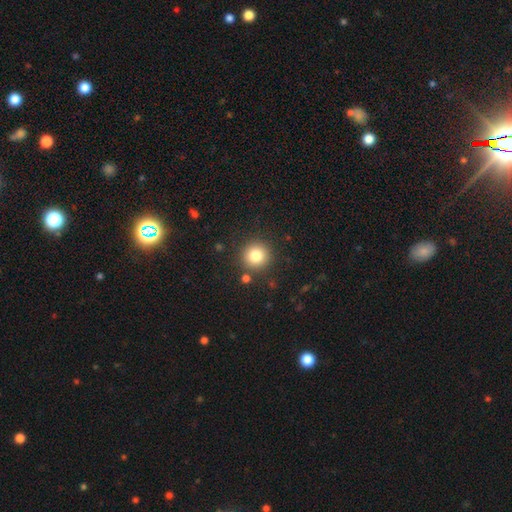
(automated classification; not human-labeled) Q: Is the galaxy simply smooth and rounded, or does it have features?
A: smooth — 81%.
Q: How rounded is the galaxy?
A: round — 94%.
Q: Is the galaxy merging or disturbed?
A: none — 87%.